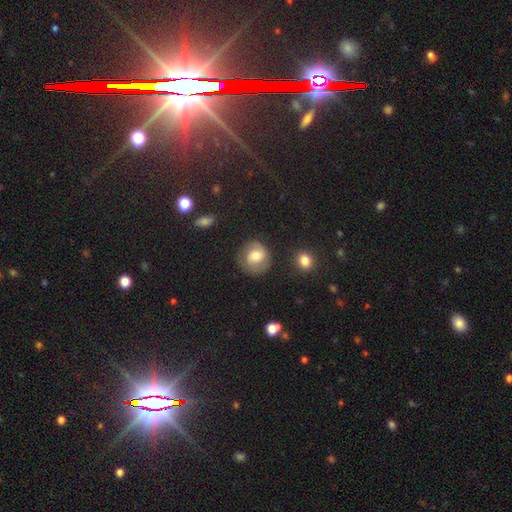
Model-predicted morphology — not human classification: Q: Smooth or featured?
A: smooth (49%); runner-up: featured or disk (42%)
Q: Merging?
A: none (74%); runner-up: minor disturbance (16%)